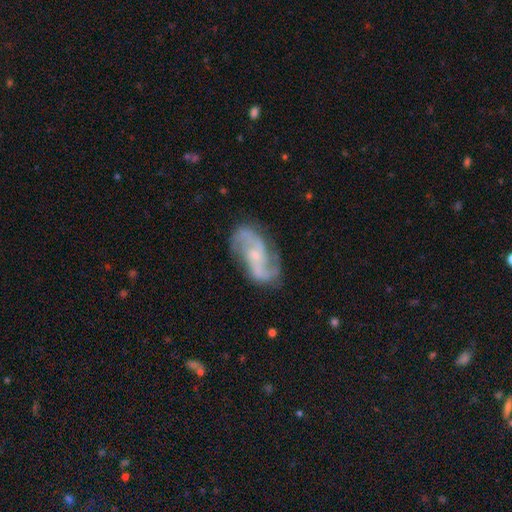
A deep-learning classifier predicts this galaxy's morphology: Smooth or featured: featured or disk — 86% (smooth — 7%)
Edge-on disk: no — 97% (yes — 3%)
Bar: no — 51% (weak — 36%)
Spiral arms: yes — 97% (no — 3%)
Spiral winding: medium — 47% (loose — 37%)
Spiral arm count: 2 — 84% (3 — 6%)
Bulge size: small — 69% (moderate — 23%)
Merging: none — 75% (minor disturbance — 17%)